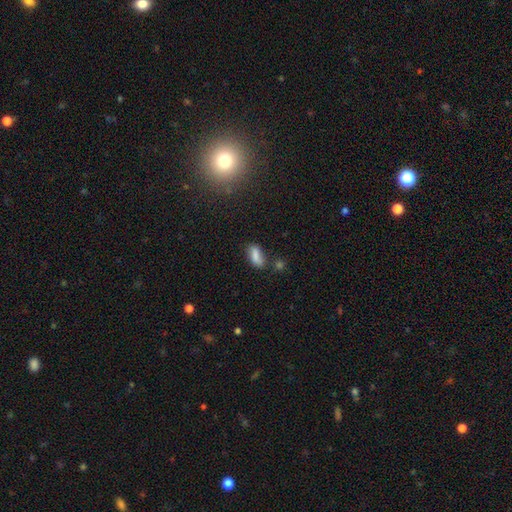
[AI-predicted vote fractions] Q: Smooth or featured?
A: smooth (80%); runner-up: featured or disk (10%)
Q: How rounded?
A: in between (81%); runner-up: cigar-shaped (15%)
Q: Merging?
A: none (60%); runner-up: minor disturbance (21%)